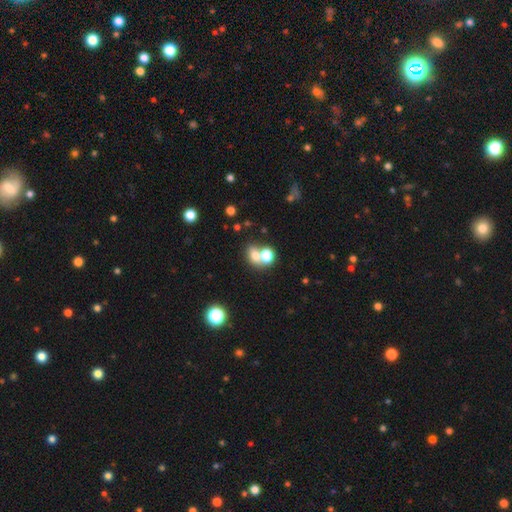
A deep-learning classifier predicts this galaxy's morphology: type=smooth (70%); roundness=in between (54%); merging=merger (47%).